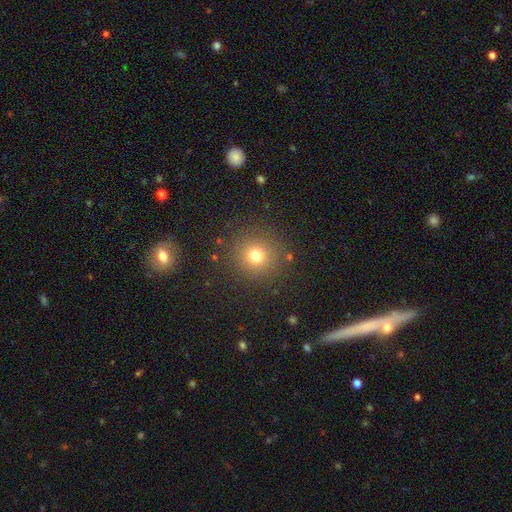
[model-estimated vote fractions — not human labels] Morphology: type=smooth (74%); roundness=round (93%); merging=none (88%).